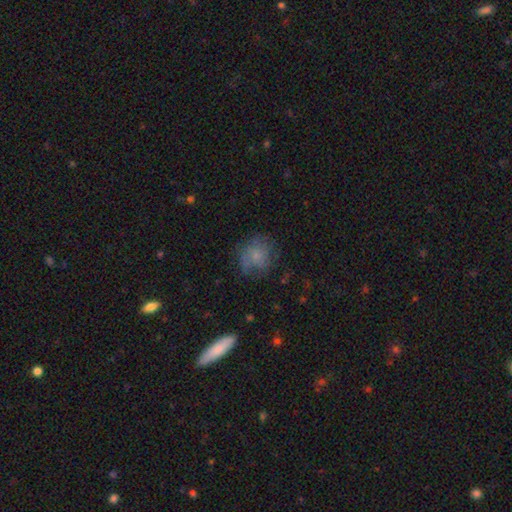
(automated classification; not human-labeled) Smooth or featured: smooth — 64% (featured or disk — 25%)
How rounded: round — 78% (in between — 21%)
Merging: none — 60% (minor disturbance — 24%)